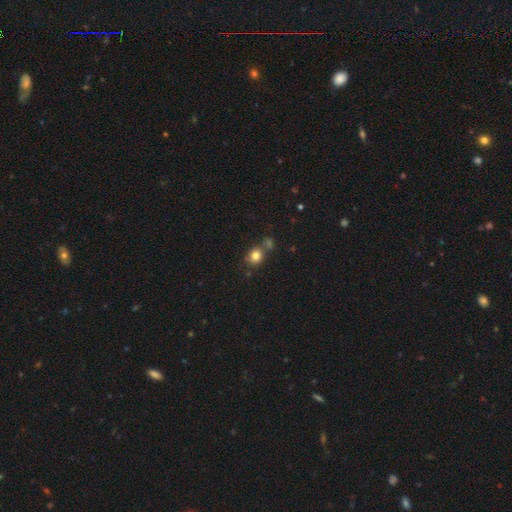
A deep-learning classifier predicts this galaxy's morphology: A smooth galaxy with no disk features (81%) that is round (73%).

Vote fractions:
- Smooth or featured? smooth: 81% / star or artifact: 11% / featured or disk: 8%
- How rounded? round: 73% / in between: 26% / cigar-shaped: 1%
- Merging? none: 59% / merger: 25% / minor disturbance: 12% / major disturbance: 4%